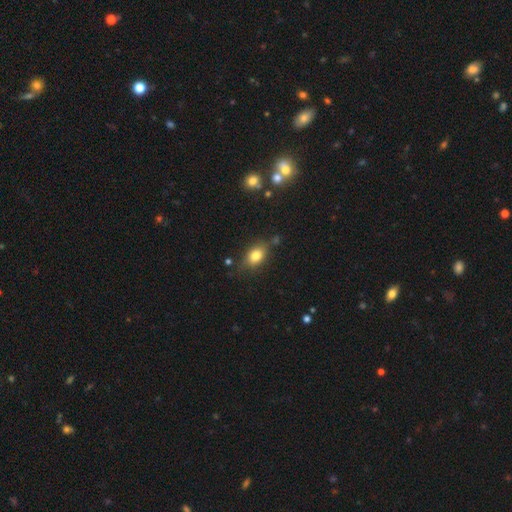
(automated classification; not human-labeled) smooth_or_featured: smooth (p=0.80) [alt: featured or disk p=0.10]
how_rounded: in between (p=0.75) [alt: round p=0.23]
merging: none (p=0.72) [alt: minor disturbance p=0.19]